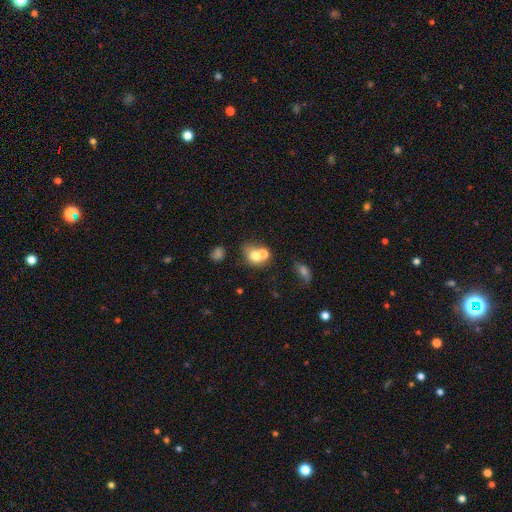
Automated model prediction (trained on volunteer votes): A smooth galaxy with no disk features (68%) that is round (62%).

Vote fractions:
- Smooth or featured? smooth: 68% / featured or disk: 19% / star or artifact: 14%
- How rounded? round: 62% / in between: 37% / cigar-shaped: 1%
- Merging? merger: 51% / none: 34% / minor disturbance: 10% / major disturbance: 5%